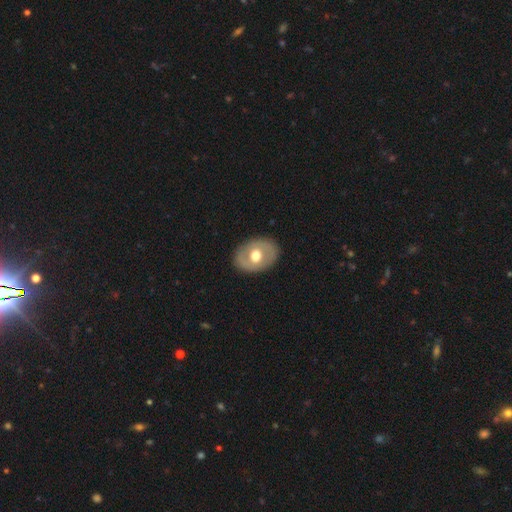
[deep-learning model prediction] Q: Smooth or featured?
A: smooth (49%); runner-up: featured or disk (45%)
Q: Merging?
A: none (85%); runner-up: minor disturbance (10%)